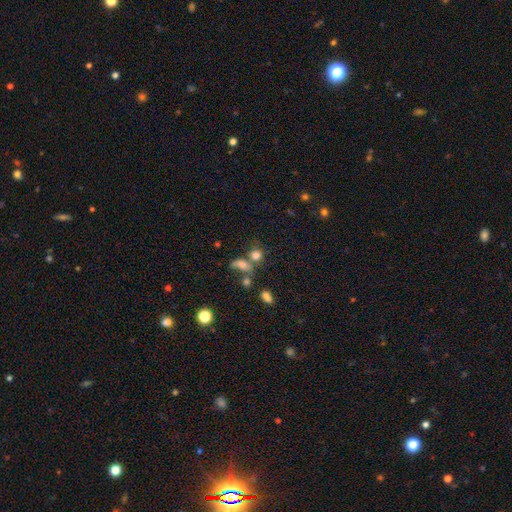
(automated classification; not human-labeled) A smooth galaxy with no disk features (74%) that is round (69%). Merging: none (43%).